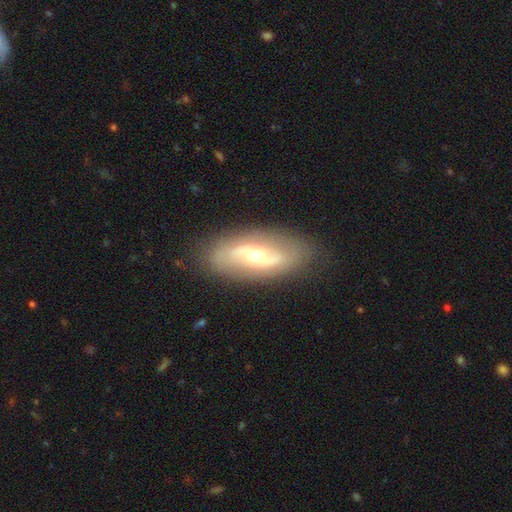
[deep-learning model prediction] A featured or disk galaxy (77%) with a weak bar (40%), 2 (87%) loose (51%) spiral arms (82%) and a moderate central bulge (56%). Merging: none (85%).